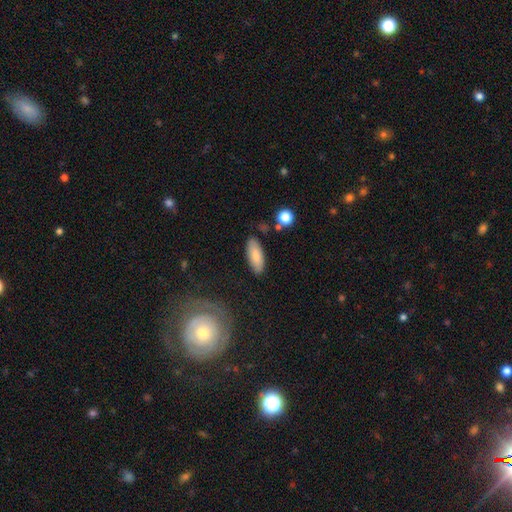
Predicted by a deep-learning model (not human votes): smooth_or_featured: smooth (p=0.82) [alt: featured or disk p=0.12]
how_rounded: in between (p=0.79) [alt: cigar-shaped p=0.19]
merging: none (p=0.83) [alt: minor disturbance p=0.11]